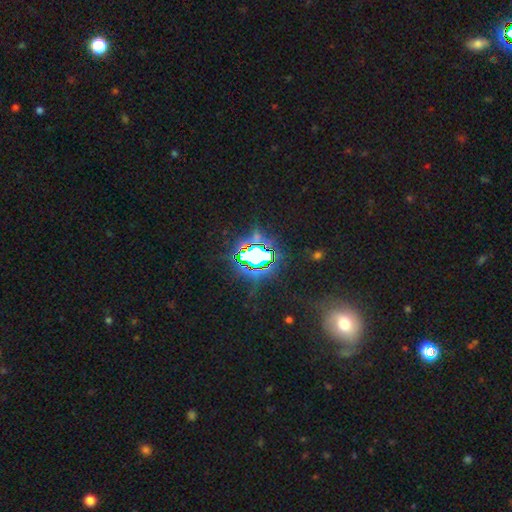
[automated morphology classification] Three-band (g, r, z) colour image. It shows a star or artifact, not a galaxy (77%).